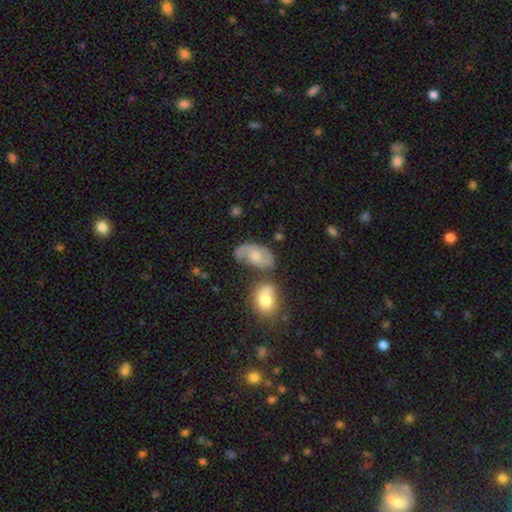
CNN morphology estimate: This is likely a featured or disk galaxy (64%). It is clearly not viewed edge-on (96%). Bar: likely no (67%). Spiral arm pattern: clearly yes (85%). Spiral arm count: likely 2 (71%). Spiral winding: possibly medium (47%). Central bulge: marginally moderate (39%). Merging: possibly none (46%).